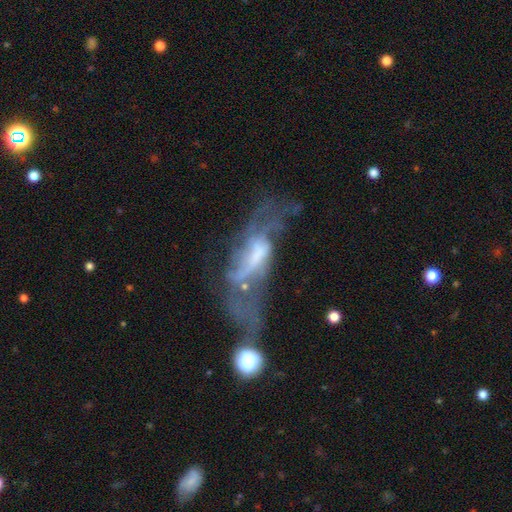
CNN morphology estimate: featured or disk 68%, smooth 22%, star or artifact 11%. Down the decision tree: edge-on disk — no (86%); bar — no (48%); spiral arms — yes (58%); bulge size — none (29%, tied with moderate); merging — major disturbance (42%).